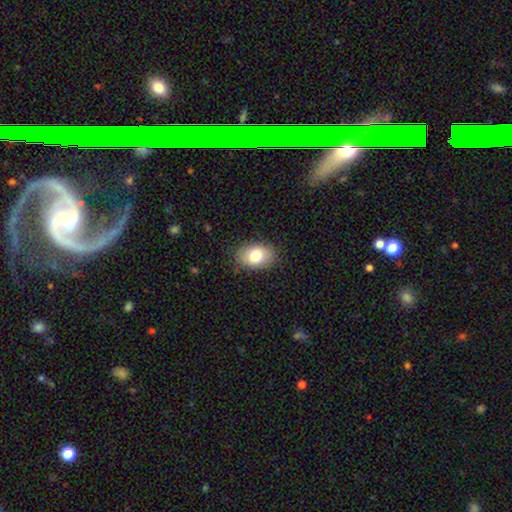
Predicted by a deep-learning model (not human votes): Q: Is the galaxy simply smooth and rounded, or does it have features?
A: smooth — 79%.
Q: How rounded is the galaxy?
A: in between — 82%.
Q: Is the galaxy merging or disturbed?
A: none — 85%.